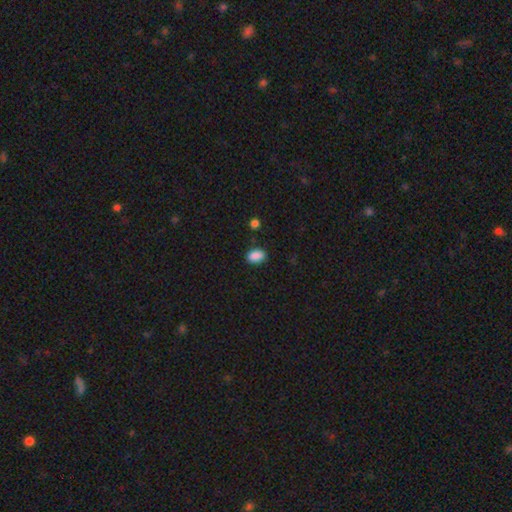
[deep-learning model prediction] This is clearly a smooth galaxy (88%). How rounded: clearly in between (82%). Merging: clearly none (82%).